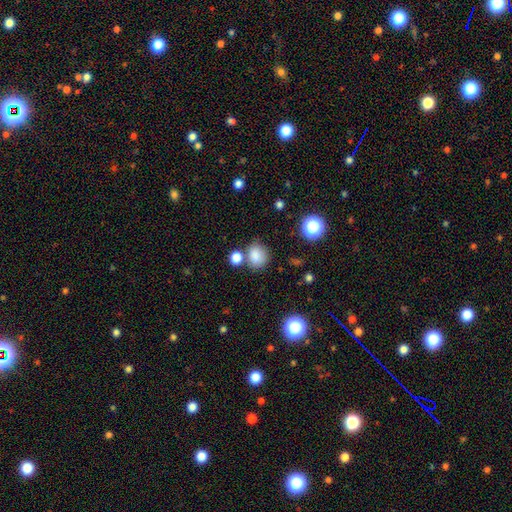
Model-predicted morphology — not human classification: Overall: smooth (83%). How rounded: round (68%; in between 31%). Merging: none (67%).